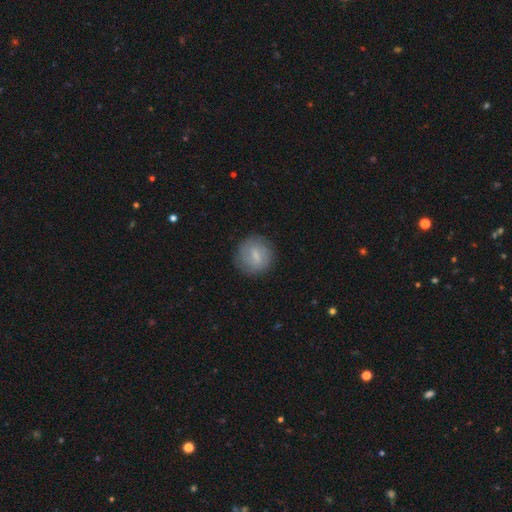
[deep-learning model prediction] smooth 62%, featured or disk 30%, star or artifact 8%. Down the decision tree: how rounded — round (86%); merging — none (83%).